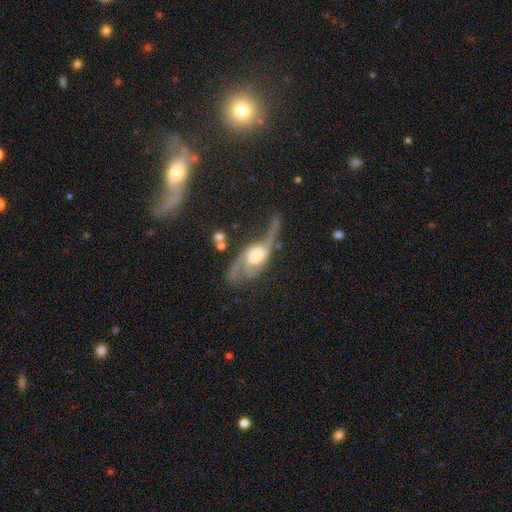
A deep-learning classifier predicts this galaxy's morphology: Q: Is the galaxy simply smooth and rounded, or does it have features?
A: featured or disk — 81%.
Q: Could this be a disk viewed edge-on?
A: no — 91%.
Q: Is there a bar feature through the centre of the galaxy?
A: no — 59%.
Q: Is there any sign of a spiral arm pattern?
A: yes — 93%.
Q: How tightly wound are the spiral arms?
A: loose — 51%.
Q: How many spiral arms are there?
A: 2 — 76%.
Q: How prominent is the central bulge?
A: moderate — 44%.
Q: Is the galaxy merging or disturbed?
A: none — 38%.